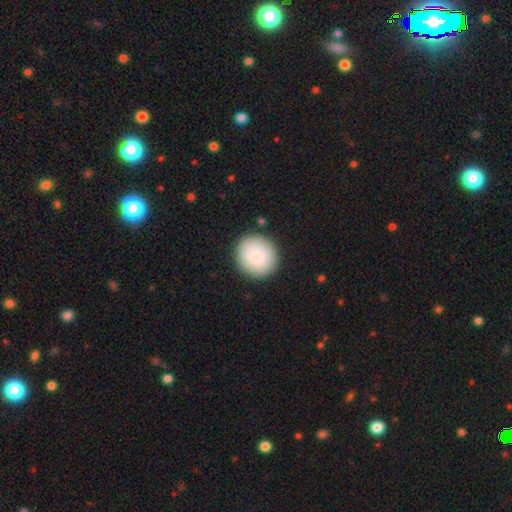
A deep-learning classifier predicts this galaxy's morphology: Q: Smooth or featured?
A: smooth (87%); runner-up: featured or disk (7%)
Q: How rounded?
A: round (90%); runner-up: in between (9%)
Q: Merging?
A: none (90%); runner-up: minor disturbance (7%)